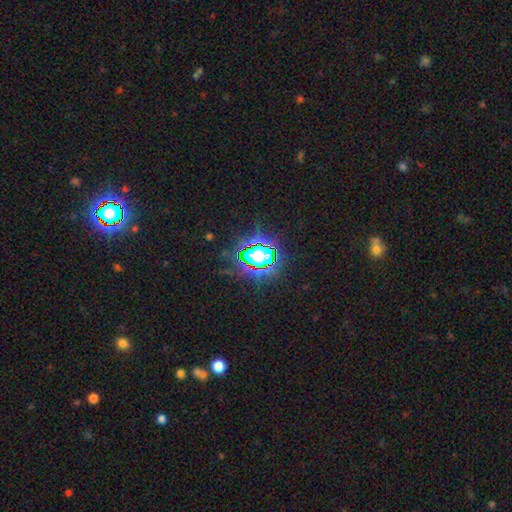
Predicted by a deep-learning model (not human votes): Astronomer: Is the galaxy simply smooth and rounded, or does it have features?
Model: star or artifact — 82%.